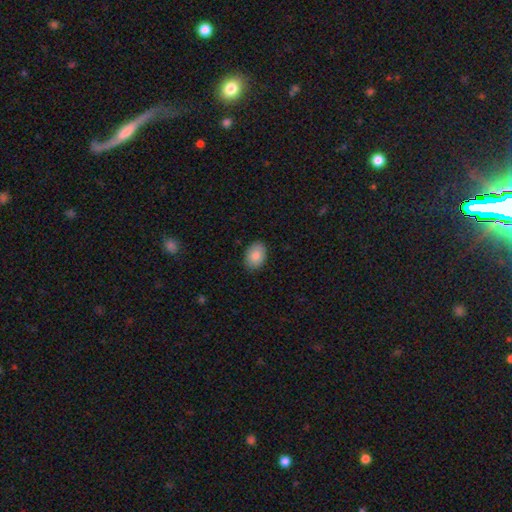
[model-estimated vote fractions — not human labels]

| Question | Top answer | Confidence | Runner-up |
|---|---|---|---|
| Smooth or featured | smooth | 85% | featured or disk (8%) |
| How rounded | in between | 78% | round (21%) |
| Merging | none | 87% | minor disturbance (10%) |